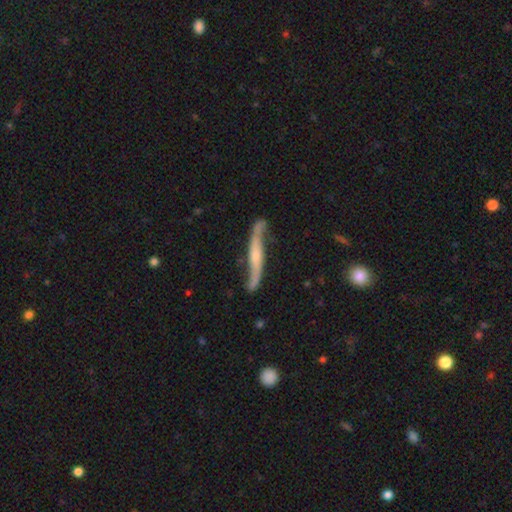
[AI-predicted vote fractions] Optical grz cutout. It shows a featured or disk galaxy (80%) viewed edge-on (55%). Merging: none (66%).